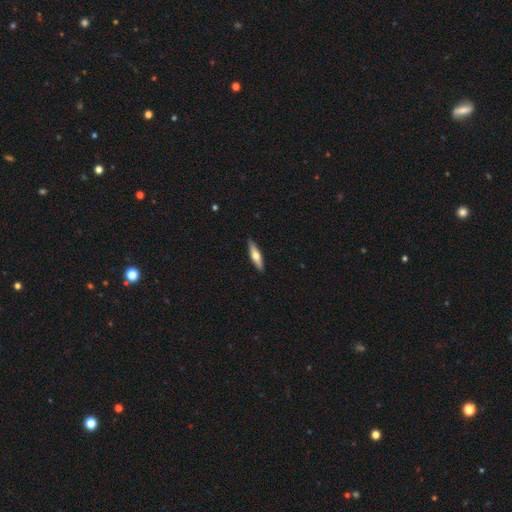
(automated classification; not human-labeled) Smooth or featured?
  - smooth: 49% *
  - featured or disk: 46%
  - star or artifact: 5%
Merging?
  - none: 91% *
  - minor disturbance: 7%
  - major disturbance: 1%
  - merger: 1%